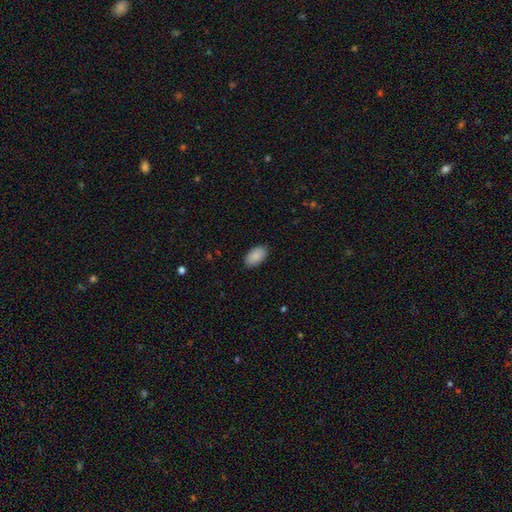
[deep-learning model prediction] Smooth or featured?
  - smooth: 90% *
  - star or artifact: 6%
  - featured or disk: 4%
How rounded?
  - in between: 95% *
  - round: 4%
  - cigar-shaped: 1%
Merging?
  - none: 88% *
  - minor disturbance: 9%
  - major disturbance: 2%
  - merger: 1%